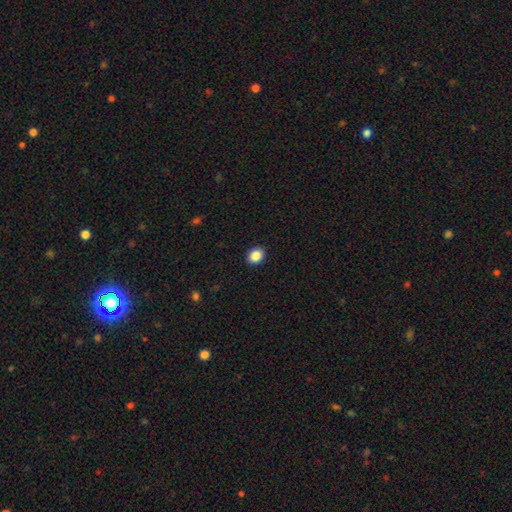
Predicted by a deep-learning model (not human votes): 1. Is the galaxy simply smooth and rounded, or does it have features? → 88% smooth, 9% star or artifact, 3% featured or disk.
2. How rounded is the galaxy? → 52% round, 47% in between, 1% cigar-shaped.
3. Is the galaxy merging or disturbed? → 91% none, 6% minor disturbance, 2% major disturbance, 1% merger.